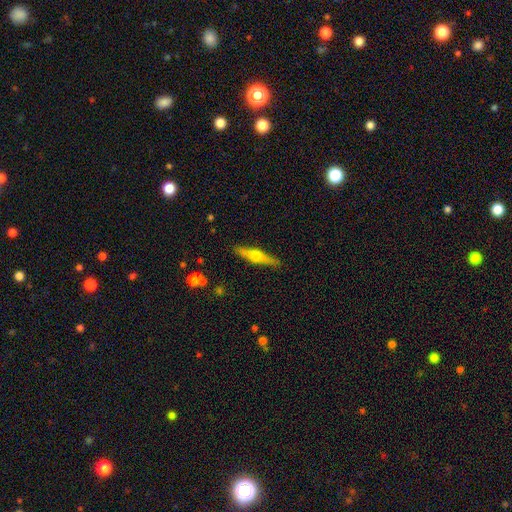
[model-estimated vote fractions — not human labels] Q: Smooth or featured?
A: featured or disk (62%); runner-up: smooth (32%)
Q: Edge-on disk?
A: yes (96%); runner-up: no (4%)
Q: Edge-on bulge?
A: rounded (93%); runner-up: boxy (4%)
Q: Merging?
A: none (88%); runner-up: minor disturbance (8%)